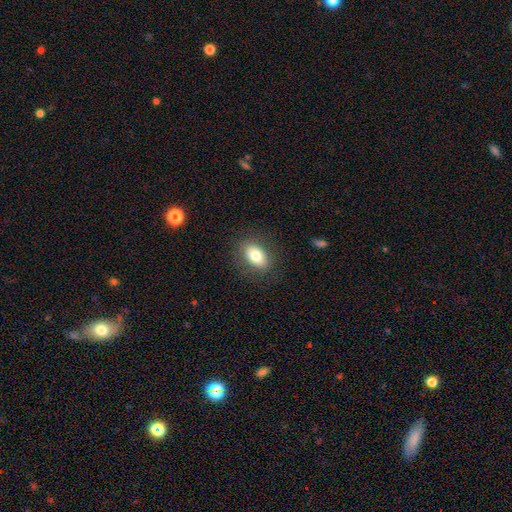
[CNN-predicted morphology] smooth-or-featured: smooth: 78% | featured or disk: 14% | star or artifact: 8%
  how-rounded: in between: 86% | round: 12% | cigar-shaped: 2%
  merging: none: 85% | minor disturbance: 10% | major disturbance: 4% | merger: 1%